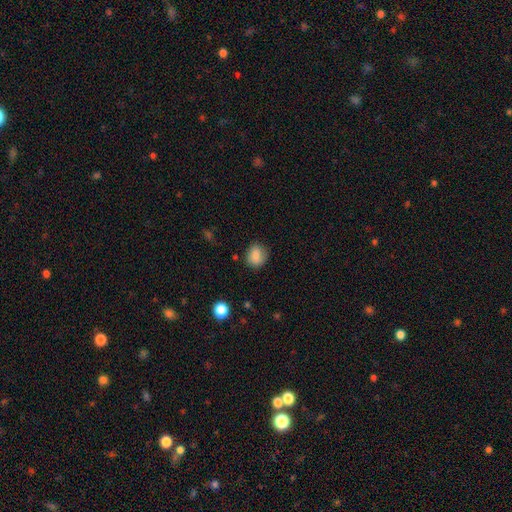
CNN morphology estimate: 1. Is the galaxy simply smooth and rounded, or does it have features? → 84% smooth, 9% star or artifact, 6% featured or disk.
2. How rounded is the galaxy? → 61% round, 38% in between, 1% cigar-shaped.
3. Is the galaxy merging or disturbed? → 79% none, 16% minor disturbance, 4% major disturbance, 2% merger.